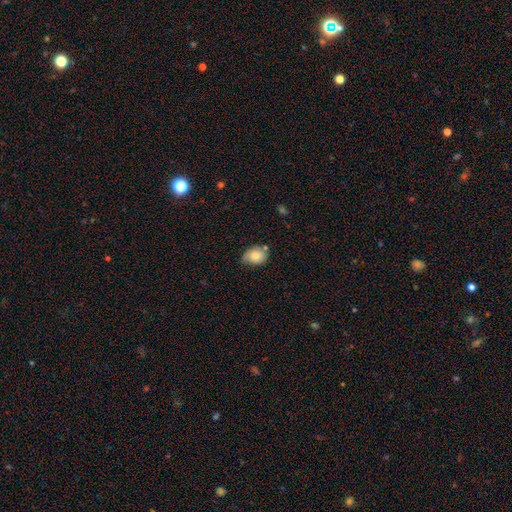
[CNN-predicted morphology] smooth_or_featured: smooth (p=0.72) [alt: featured or disk p=0.20]
how_rounded: in between (p=0.61) [alt: round p=0.38]
merging: none (p=0.50) [alt: minor disturbance p=0.36]